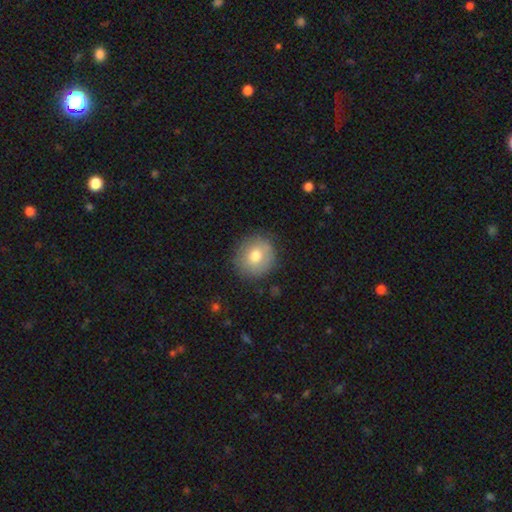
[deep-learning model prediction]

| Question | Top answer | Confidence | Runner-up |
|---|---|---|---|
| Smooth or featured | smooth | 74% | featured or disk (18%) |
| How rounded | round | 88% | in between (11%) |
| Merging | none | 83% | minor disturbance (12%) |